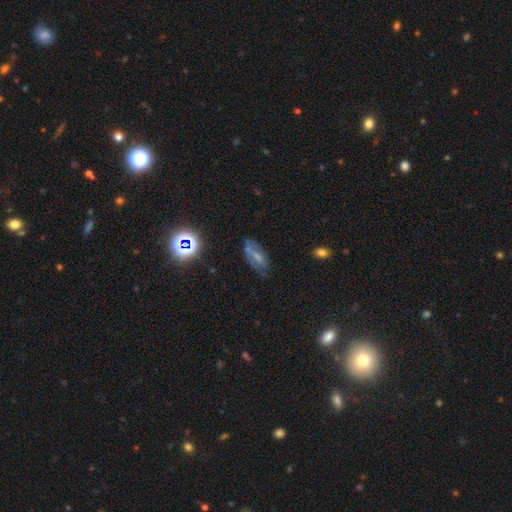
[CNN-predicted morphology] smooth_or_featured: featured or disk (p=0.41) [alt: smooth p=0.38]
merging: none (p=0.61) [alt: minor disturbance p=0.24]